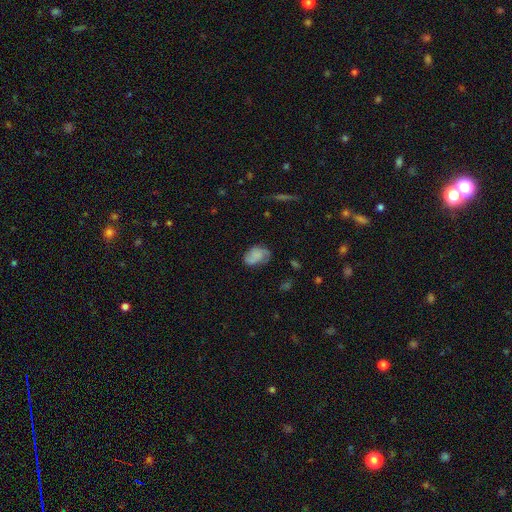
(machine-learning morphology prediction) This is possibly a smooth galaxy (60%). How rounded: clearly in between (81%). Merging: possibly none (56%).